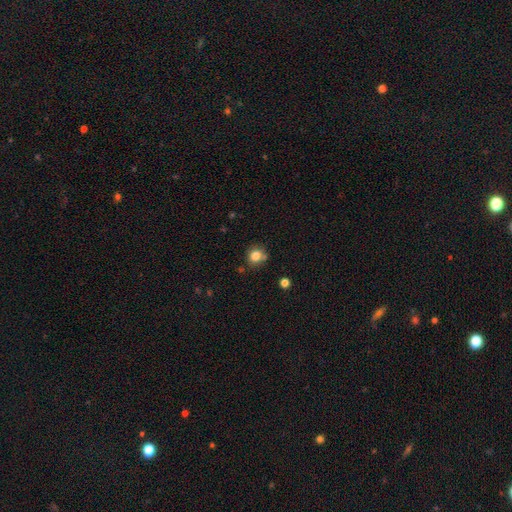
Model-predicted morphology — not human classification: Overall: smooth (82%). How rounded: round (82%). Merging: none (74%).